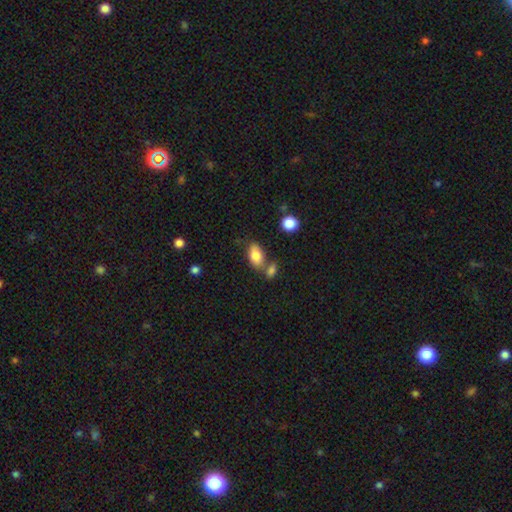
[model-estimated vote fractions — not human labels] A smooth galaxy with no disk features (81%) that is in between round and cigar-shaped (90%).

Vote fractions:
- Smooth or featured? smooth: 81% / featured or disk: 11% / star or artifact: 8%
- How rounded? in between: 90% / round: 7% / cigar-shaped: 3%
- Merging? none: 60% / merger: 23% / minor disturbance: 13% / major disturbance: 4%